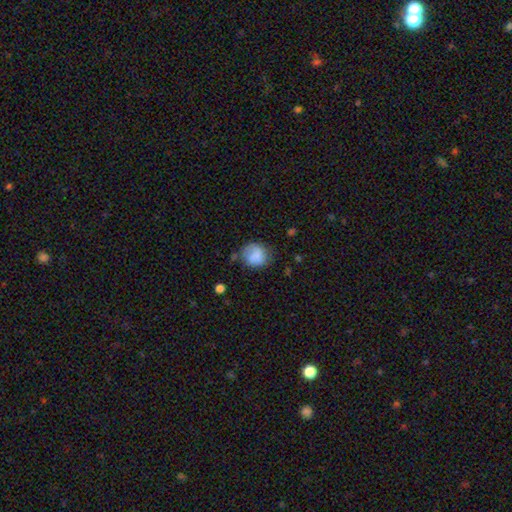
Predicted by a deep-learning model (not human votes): A smooth galaxy with no disk features (78%) that is round (71%). Merging: none (56%).